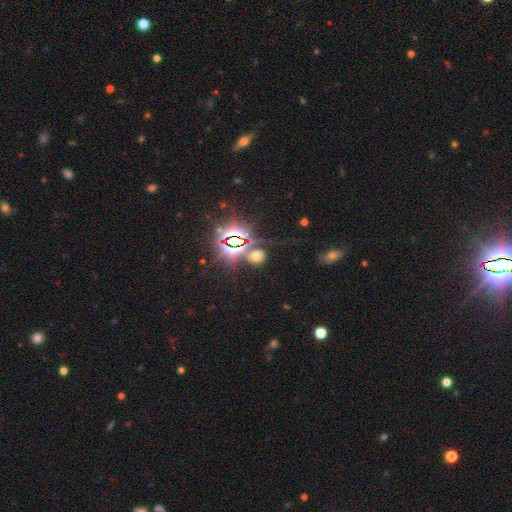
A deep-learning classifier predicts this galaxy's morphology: A star or artifact, not a galaxy (52%).

Vote fractions:
- Smooth or featured? star or artifact: 52% / smooth: 37% / featured or disk: 10%